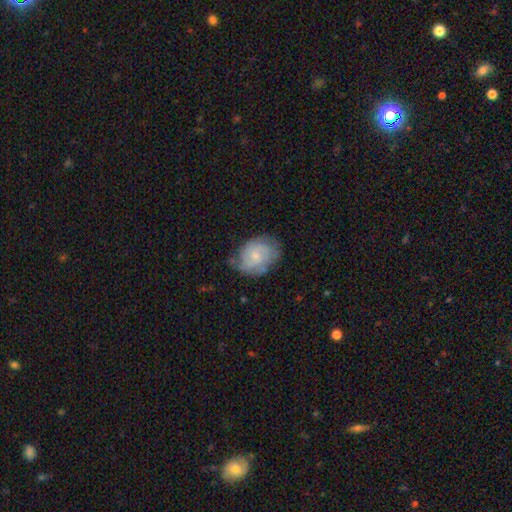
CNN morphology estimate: featured or disk 48%, smooth 45%, star or artifact 7%. Down the decision tree: merging — none (61%).